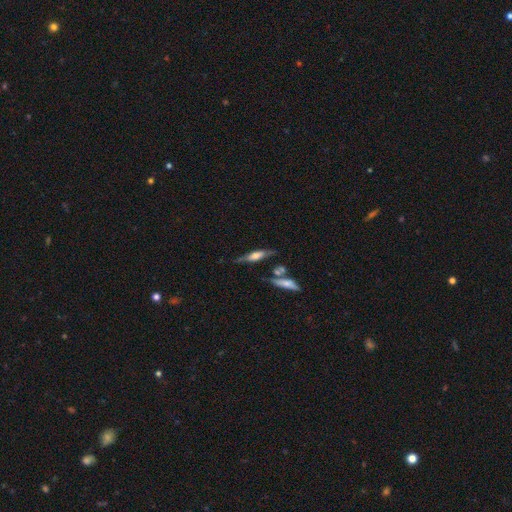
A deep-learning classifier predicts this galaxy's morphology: smooth-or-featured: featured or disk: 61% | smooth: 32% | star or artifact: 7%
  disk-edge-on: yes: 90% | no: 10%
    edge-on-bulge: rounded: 68% | boxy: 26% | none: 6%
  merging: none: 66% | minor disturbance: 19% | merger: 8% | major disturbance: 7%